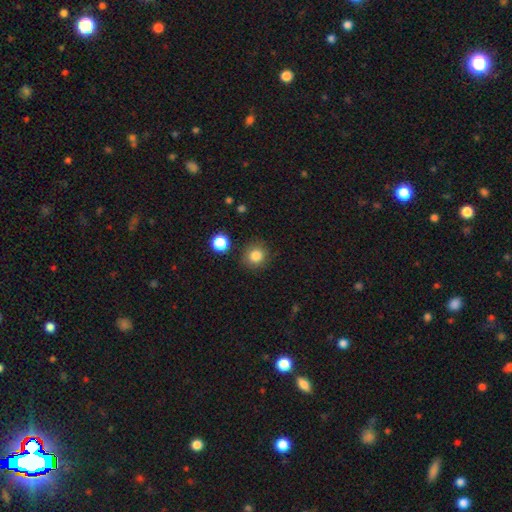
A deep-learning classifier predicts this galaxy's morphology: Smooth or featured: smooth — 84% (star or artifact — 11%)
How rounded: round — 89% (in between — 10%)
Merging: none — 86% (minor disturbance — 8%)